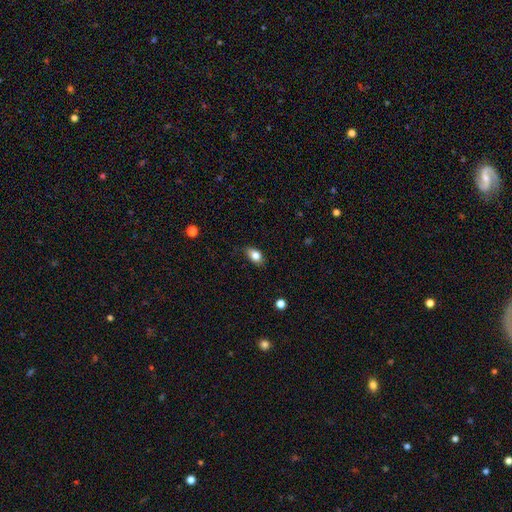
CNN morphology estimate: smooth_or_featured: smooth (p=0.82) [alt: featured or disk p=0.10]
how_rounded: in between (p=0.84) [alt: round p=0.13]
merging: none (p=0.78) [alt: minor disturbance p=0.18]